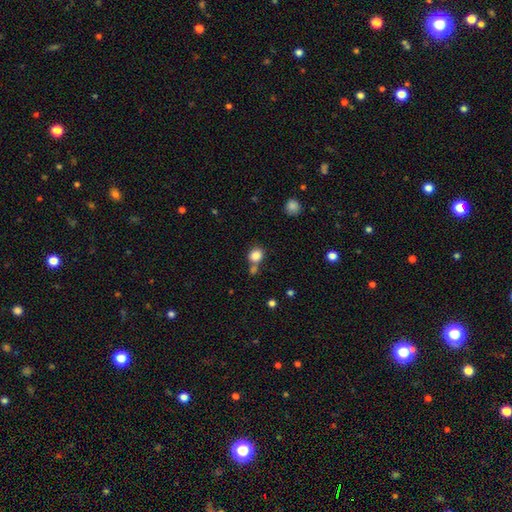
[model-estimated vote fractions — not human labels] smooth-or-featured: smooth: 85% | star or artifact: 10% | featured or disk: 5%
  how-rounded: round: 67% | in between: 32% | cigar-shaped: 1%
  merging: none: 55% | merger: 29% | minor disturbance: 11% | major disturbance: 4%